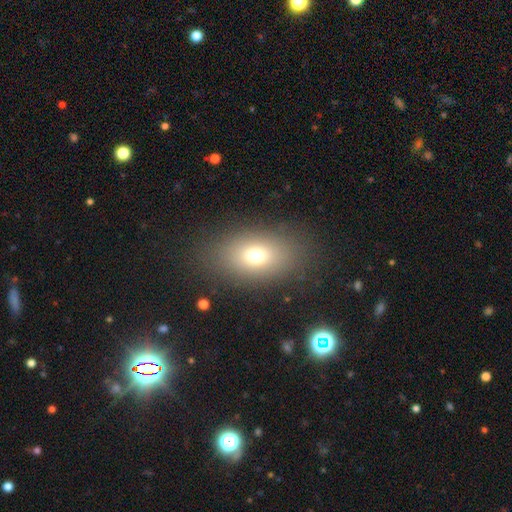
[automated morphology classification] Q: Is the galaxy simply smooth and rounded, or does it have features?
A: smooth — 72%.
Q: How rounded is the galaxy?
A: in between — 80%.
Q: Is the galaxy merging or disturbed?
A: none — 84%.